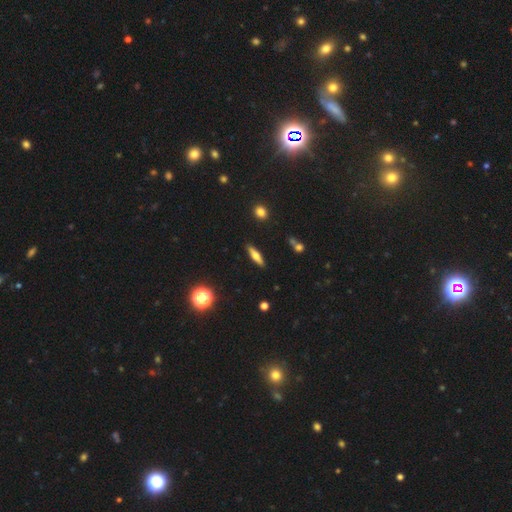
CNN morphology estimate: smooth_or_featured: smooth (p=0.50) [alt: featured or disk p=0.41]
how_rounded: cigar-shaped (p=0.70) [alt: in between p=0.26]
merging: none (p=0.87) [alt: minor disturbance p=0.08]